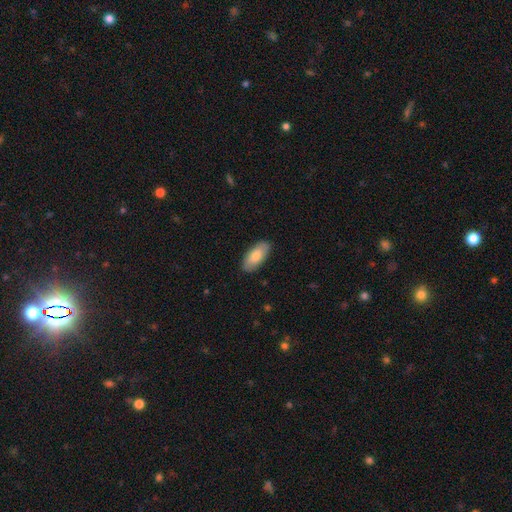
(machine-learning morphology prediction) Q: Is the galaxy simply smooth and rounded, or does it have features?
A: smooth — 78%.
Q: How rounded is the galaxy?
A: in between — 90%.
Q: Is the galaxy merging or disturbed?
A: none — 87%.